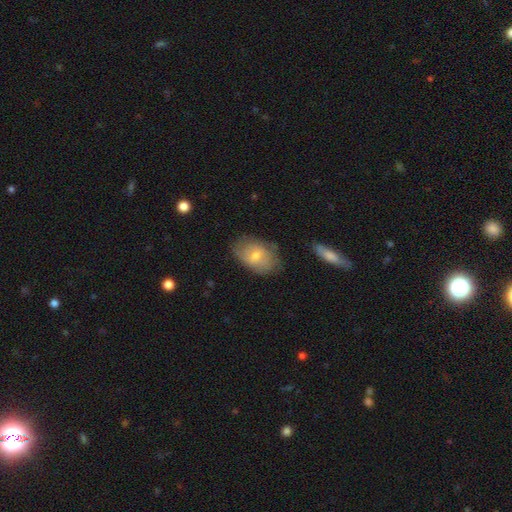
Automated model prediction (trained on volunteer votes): Smooth or featured?
  - smooth: 58% *
  - featured or disk: 34%
  - star or artifact: 7%
How rounded?
  - in between: 86% *
  - round: 12%
  - cigar-shaped: 2%
Merging?
  - none: 70% *
  - minor disturbance: 22%
  - major disturbance: 6%
  - merger: 2%